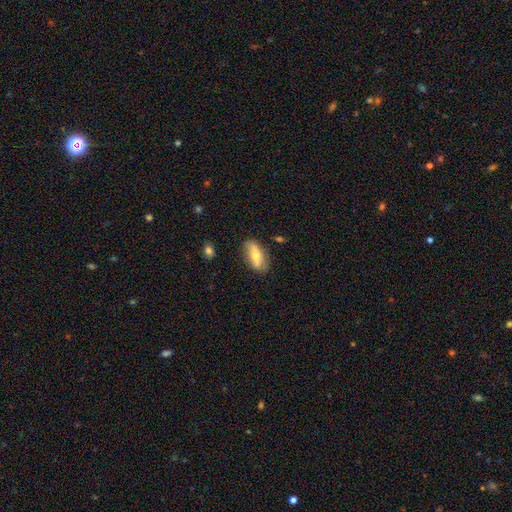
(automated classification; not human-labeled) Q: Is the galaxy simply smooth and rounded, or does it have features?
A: smooth — 65%.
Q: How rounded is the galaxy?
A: in between — 81%.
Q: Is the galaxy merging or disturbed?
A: none — 75%.